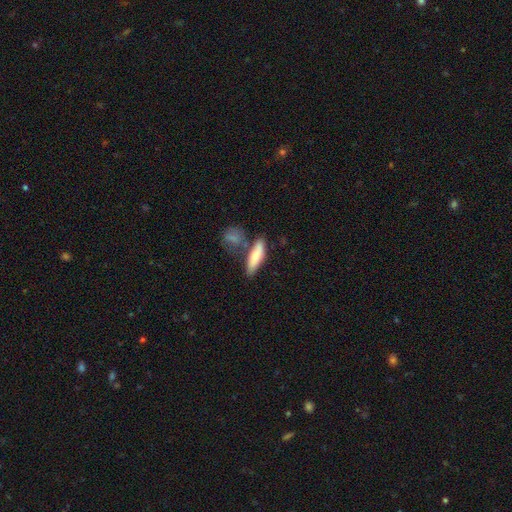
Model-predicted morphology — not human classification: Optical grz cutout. It shows a smooth galaxy with no disk features (75%) that is cigar-shaped (55%). Merging: none (56%).